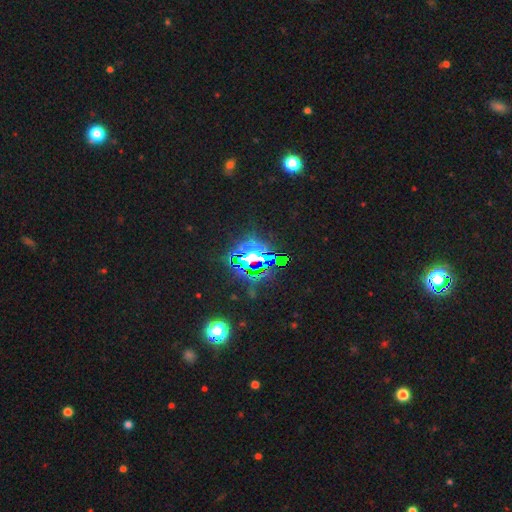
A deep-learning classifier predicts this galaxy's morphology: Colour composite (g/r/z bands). It shows a star or artifact, not a galaxy (77%).